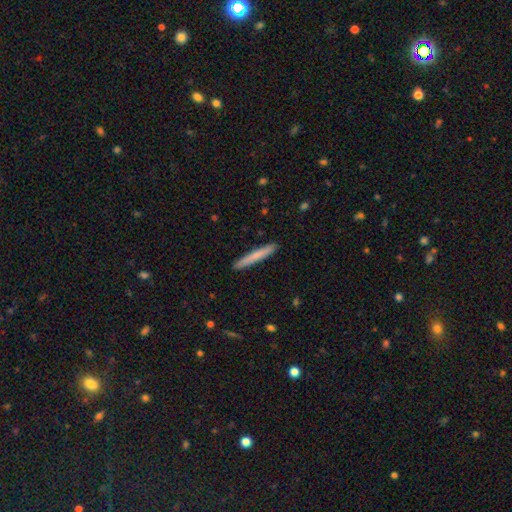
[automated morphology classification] This is likely a smooth galaxy (75%). How rounded: clearly cigar-shaped (96%). Merging: clearly none (92%).